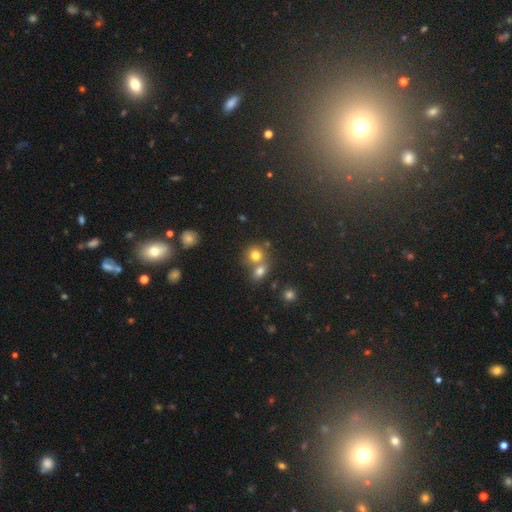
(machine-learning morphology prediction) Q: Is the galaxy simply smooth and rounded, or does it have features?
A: smooth — 75%.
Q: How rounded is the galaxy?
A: round — 80%.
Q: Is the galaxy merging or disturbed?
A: merger — 47%.